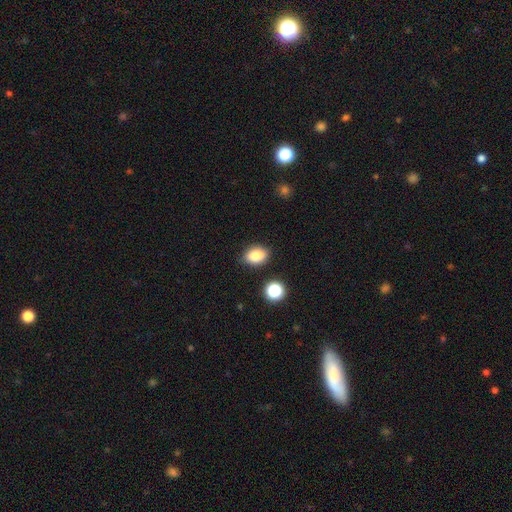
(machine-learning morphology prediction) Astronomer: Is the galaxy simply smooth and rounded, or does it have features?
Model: smooth — 83%.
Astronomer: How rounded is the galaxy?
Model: in between — 76%.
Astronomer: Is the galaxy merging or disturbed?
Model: none — 82%.